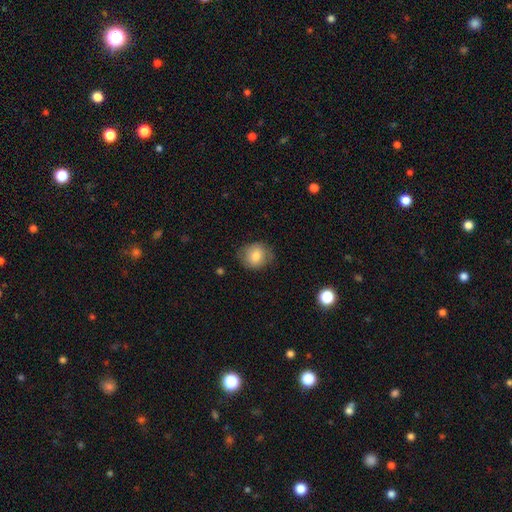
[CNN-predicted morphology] smooth-or-featured: smooth: 76% | featured or disk: 16% | star or artifact: 8%
  how-rounded: round: 73% | in between: 26% | cigar-shaped: 1%
  merging: none: 75% | minor disturbance: 19% | major disturbance: 5% | merger: 1%